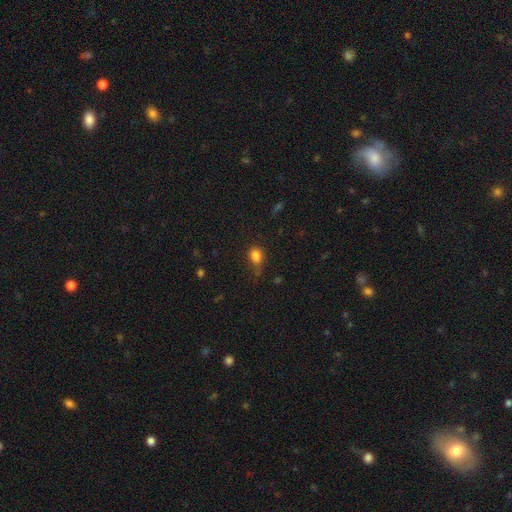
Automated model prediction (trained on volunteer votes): smooth-or-featured: smooth: 83% | star or artifact: 12% | featured or disk: 5%
  how-rounded: in between: 70% | round: 28% | cigar-shaped: 2%
  merging: none: 57% | minor disturbance: 29% | major disturbance: 10% | merger: 3%